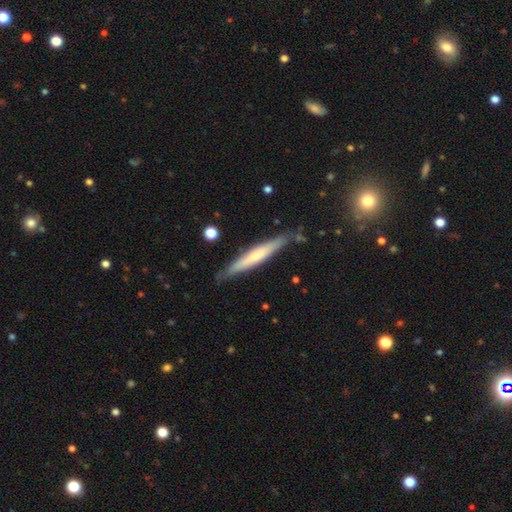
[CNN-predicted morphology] Smooth or featured? featured or disk (47%, tied with smooth)
Merging? none (83%)